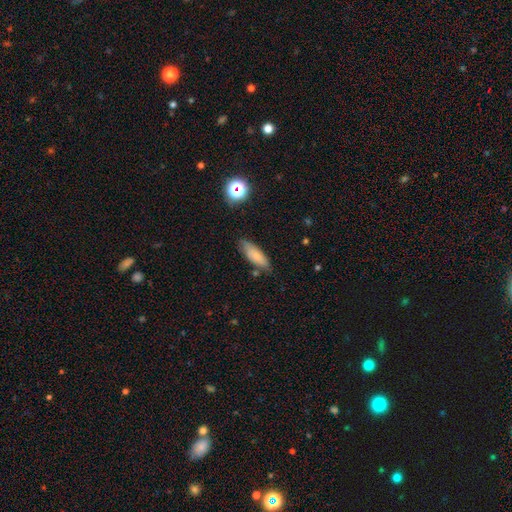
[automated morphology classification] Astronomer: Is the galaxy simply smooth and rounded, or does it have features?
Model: smooth — 78%.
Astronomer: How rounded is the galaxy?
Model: in between — 61% (runner-up: cigar-shaped, 37%).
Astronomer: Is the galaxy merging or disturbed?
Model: none — 74%.